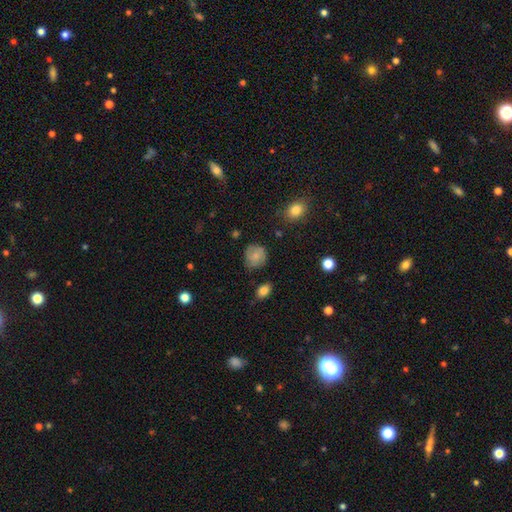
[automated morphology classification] A smooth galaxy with no disk features (74%) that is round (82%). Merging: none (71%).